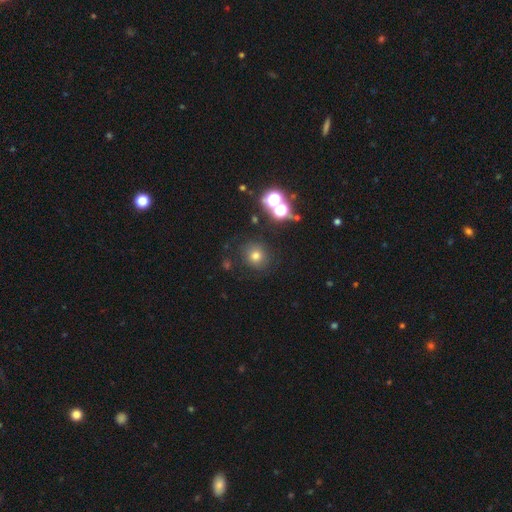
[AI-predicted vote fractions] smooth-or-featured: smooth: 68% | star or artifact: 22% | featured or disk: 10%
  how-rounded: round: 88% | in between: 11% | cigar-shaped: 1%
  merging: none: 83% | minor disturbance: 9% | major disturbance: 4% | merger: 4%